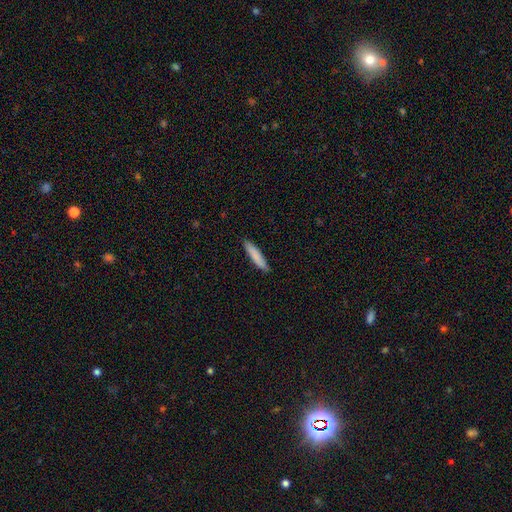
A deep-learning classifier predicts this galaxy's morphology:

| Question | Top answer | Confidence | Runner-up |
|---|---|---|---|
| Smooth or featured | smooth | 83% | featured or disk (11%) |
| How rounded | cigar-shaped | 88% | in between (10%) |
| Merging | none | 88% | minor disturbance (9%) |